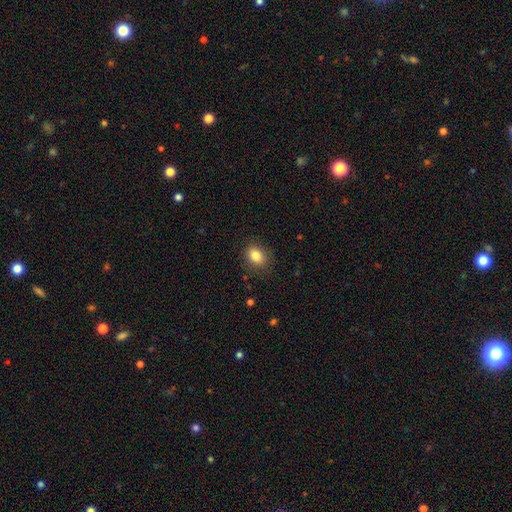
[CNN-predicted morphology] smooth_or_featured: smooth (p=0.84) [alt: star or artifact p=0.10]
how_rounded: in between (p=0.67) [alt: round p=0.32]
merging: none (p=0.85) [alt: minor disturbance p=0.11]